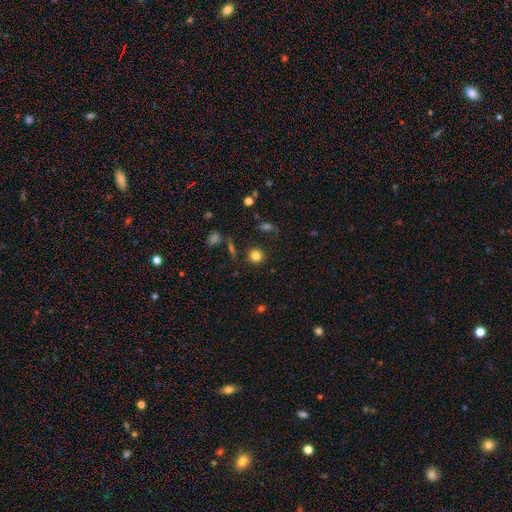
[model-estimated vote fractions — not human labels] Morphology: type=smooth (82%); roundness=round (91%); merging=none (86%).